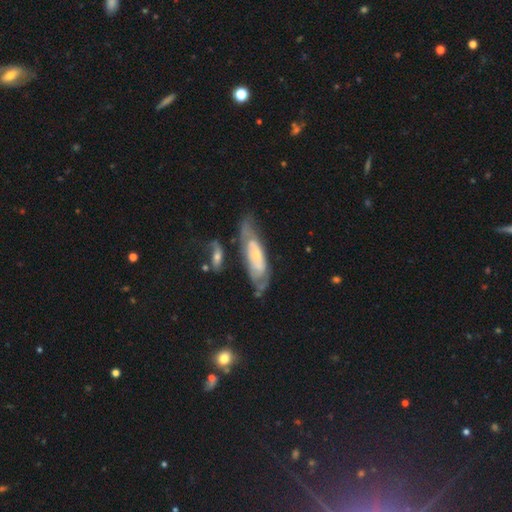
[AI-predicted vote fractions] The model was most divided on "merging": none: 52%, minor disturbance: 23%, major disturbance: 14%, merger: 11%. More confident: edge-on disk — no (78%); bar — no (72%); smooth or featured — featured or disk (68%); spiral arms — yes (67%); bulge size — small (63%).